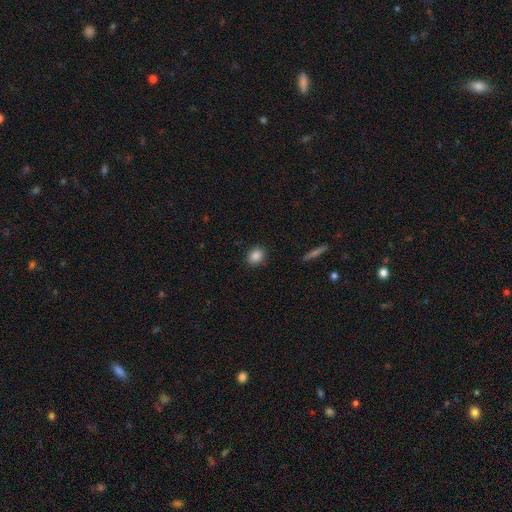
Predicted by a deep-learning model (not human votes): smooth_or_featured: smooth (p=0.86) [alt: star or artifact p=0.10]
how_rounded: round (p=0.55) [alt: in between p=0.43]
merging: none (p=0.89) [alt: minor disturbance p=0.07]